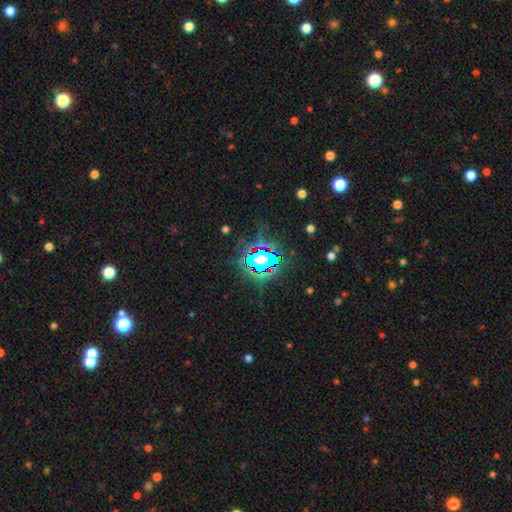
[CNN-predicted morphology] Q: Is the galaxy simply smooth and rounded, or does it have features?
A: star or artifact — 61%.